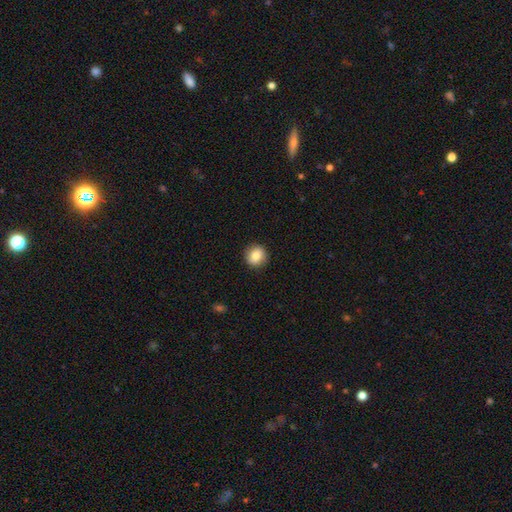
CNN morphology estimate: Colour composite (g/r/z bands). It shows a smooth galaxy with no disk features (85%) that is round (85%). Merging: none (90%).